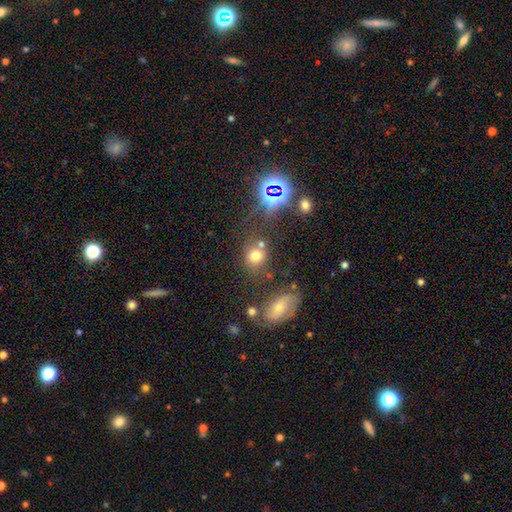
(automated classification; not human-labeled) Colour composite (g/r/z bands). It shows a smooth galaxy with no disk features (70%) that is round (75%). Merging: none (60%).